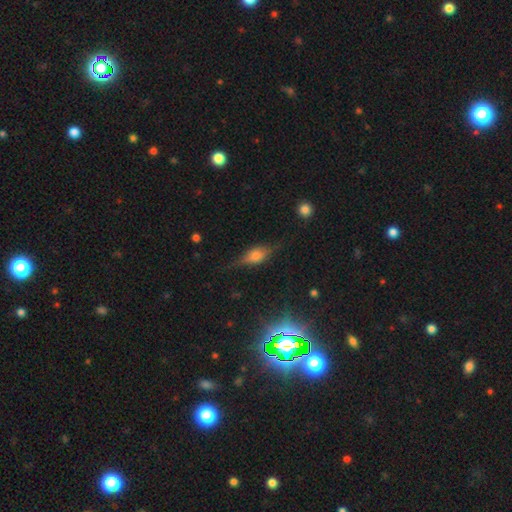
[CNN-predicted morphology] Overall: featured or disk (55%; smooth 32%). Edge-on disk: yes (90%). Merging: none (74%).